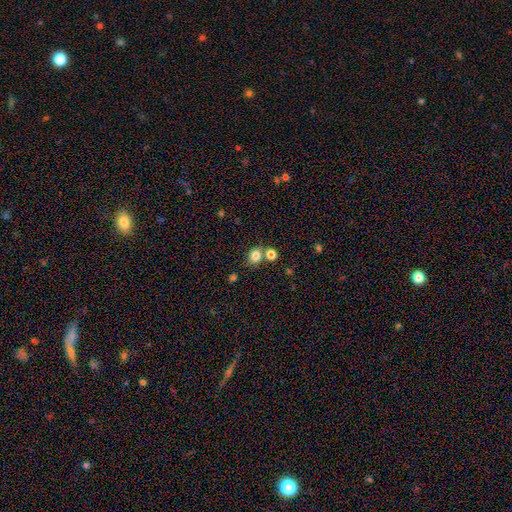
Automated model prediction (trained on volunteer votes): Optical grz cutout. It shows a smooth galaxy with no disk features (82%) that is round (70%). Merging: none (60%).